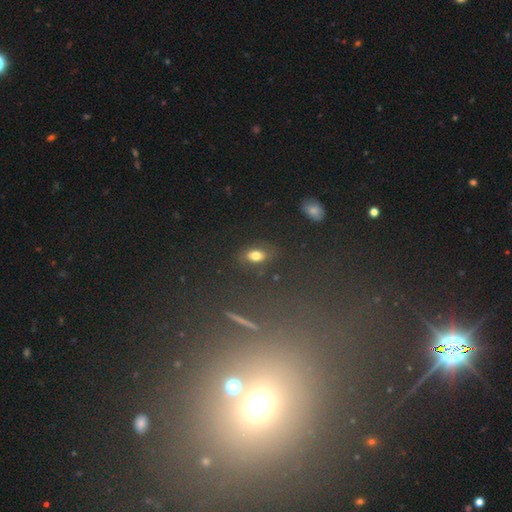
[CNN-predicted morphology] Q: Smooth or featured?
A: smooth (74%); runner-up: star or artifact (15%)
Q: How rounded?
A: in between (83%); runner-up: round (12%)
Q: Merging?
A: none (82%); runner-up: minor disturbance (12%)